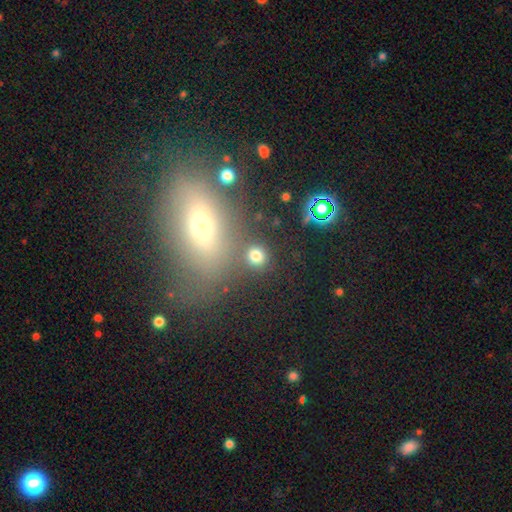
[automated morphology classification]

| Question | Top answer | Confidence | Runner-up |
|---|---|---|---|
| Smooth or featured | smooth | 78% | star or artifact (16%) |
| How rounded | round | 85% | in between (13%) |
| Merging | none | 81% | merger (8%) |